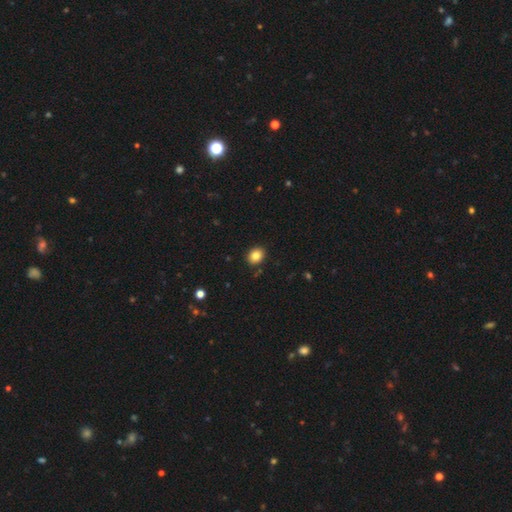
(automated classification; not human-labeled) Morphology: type=smooth (84%); roundness=round (57%); merging=none (89%).